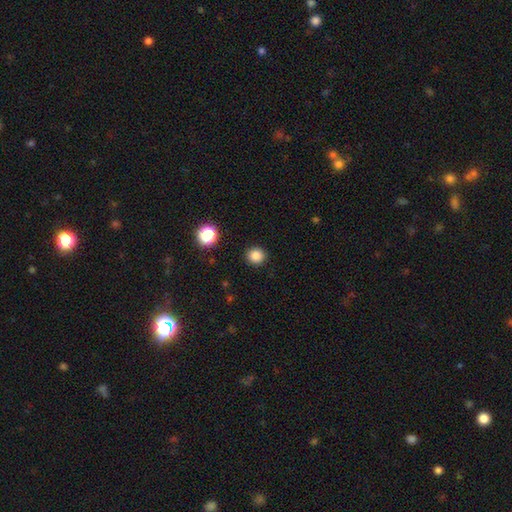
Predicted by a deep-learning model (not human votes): A smooth galaxy with no disk features (85%) that is round (92%). Merging: none (92%).